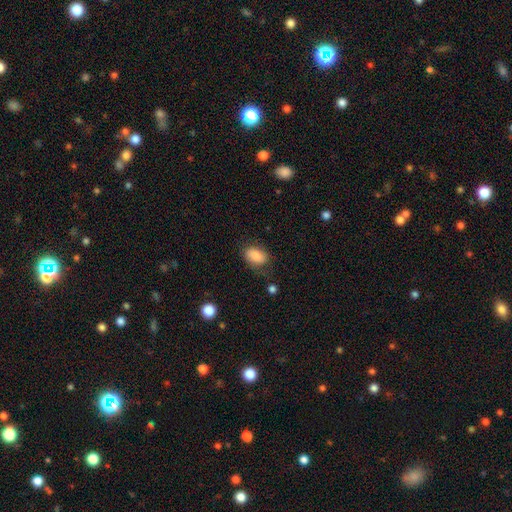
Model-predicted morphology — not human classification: Smooth or featured: smooth — 82% (featured or disk — 10%)
How rounded: in between — 85% (round — 14%)
Merging: none — 69% (minor disturbance — 21%)